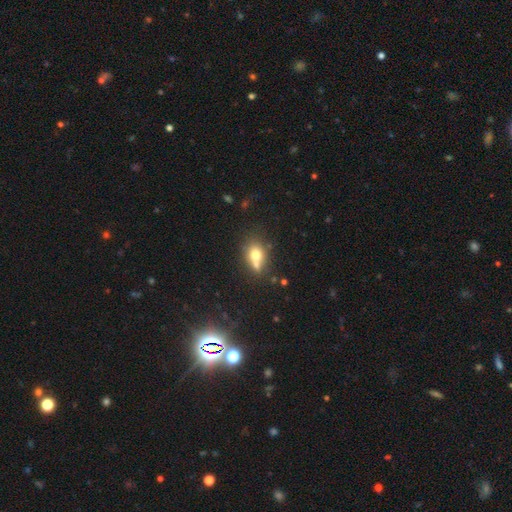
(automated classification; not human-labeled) Overall: smooth (70%). How rounded: in between (49%, tied with round). Merging: none (43%; merger 35%).